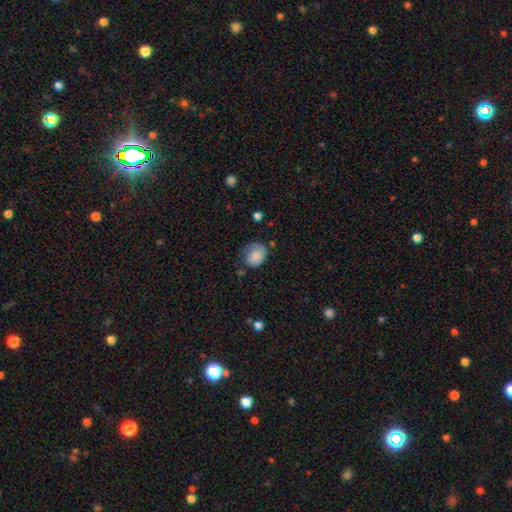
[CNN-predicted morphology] smooth_or_featured: smooth (p=0.75) [alt: featured or disk p=0.17]
how_rounded: round (p=0.56) [alt: in between p=0.43]
merging: none (p=0.50) [alt: minor disturbance p=0.32]